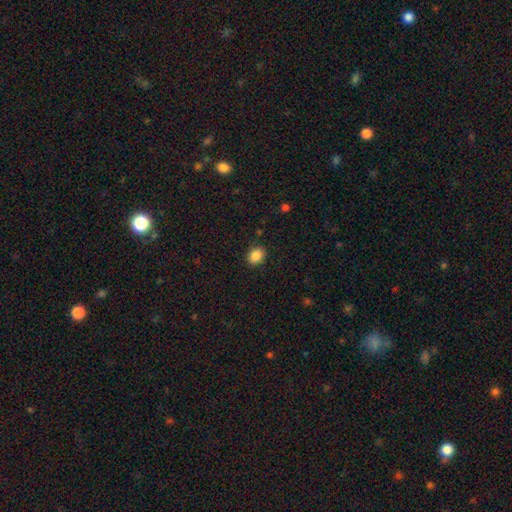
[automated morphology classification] Smooth or featured? Predicted: smooth (p=0.87). How rounded? Predicted: in between (p=0.56). Merging? Predicted: none (p=0.88).